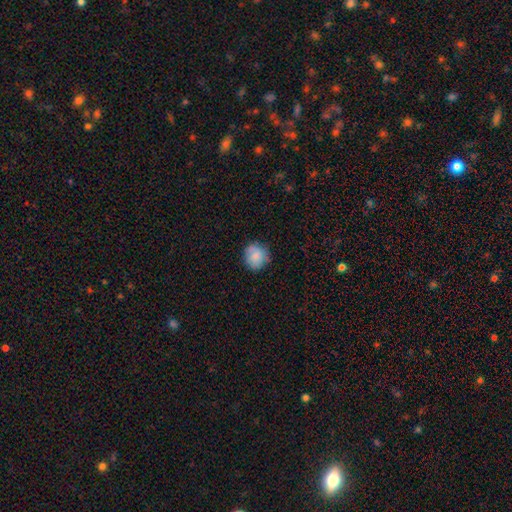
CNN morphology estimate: This is clearly a smooth galaxy (80%). How rounded: clearly round (85%). Merging: likely none (77%).